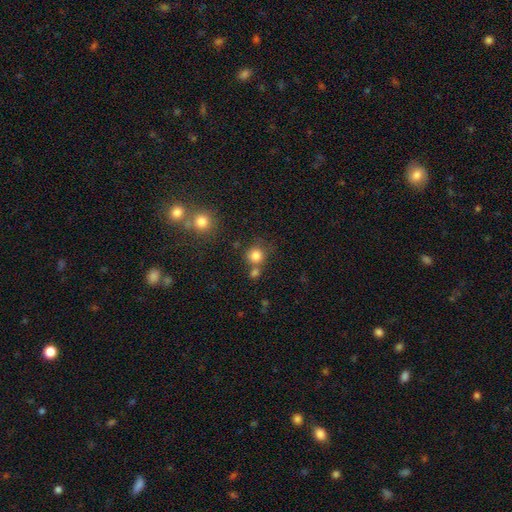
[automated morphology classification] Smooth or featured? Predicted: smooth (p=0.81). How rounded? Predicted: round (p=0.90). Merging? Predicted: none (p=0.65).